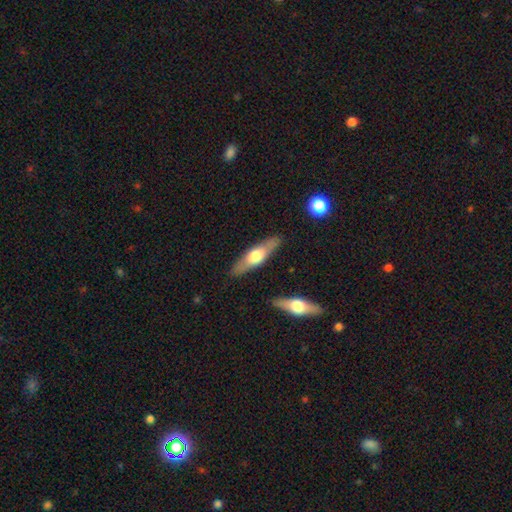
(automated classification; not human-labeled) Smooth or featured?
  - featured or disk: 54% *
  - smooth: 42%
  - star or artifact: 5%
Edge-on disk?
  - yes: 89% *
  - no: 11%
Merging?
  - none: 88% *
  - minor disturbance: 8%
  - merger: 2%
  - major disturbance: 2%